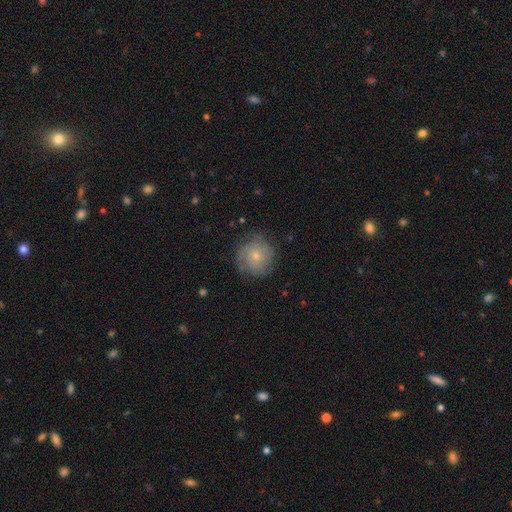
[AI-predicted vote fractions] Smooth or featured? smooth (50%)
Merging? none (71%)